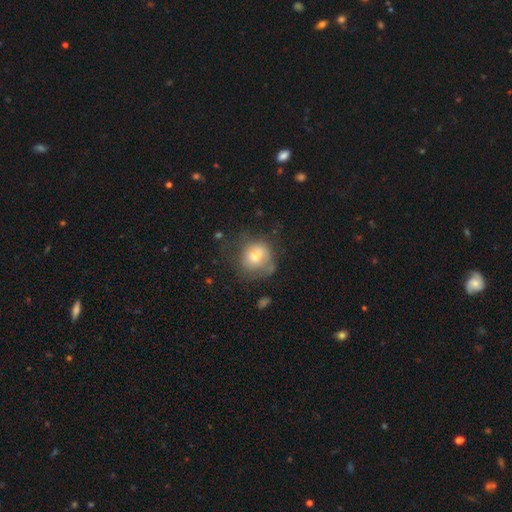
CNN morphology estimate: Smooth or featured? Predicted: smooth (p=0.65). How rounded? Predicted: round (p=0.73). Merging? Predicted: none (p=0.53).